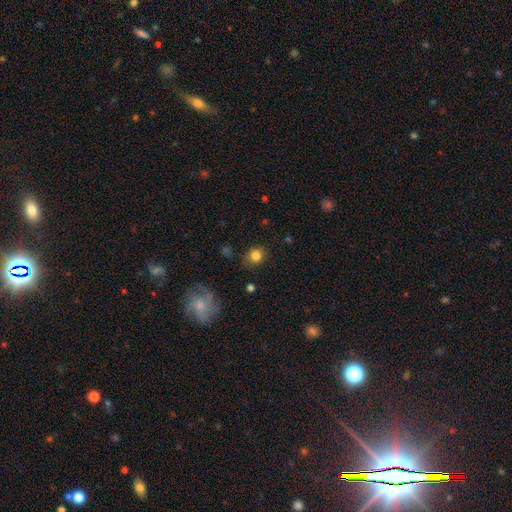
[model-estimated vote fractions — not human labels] smooth_or_featured: smooth (p=0.82) [alt: star or artifact p=0.10]
how_rounded: round (p=0.70) [alt: in between p=0.29]
merging: none (p=0.78) [alt: minor disturbance p=0.15]